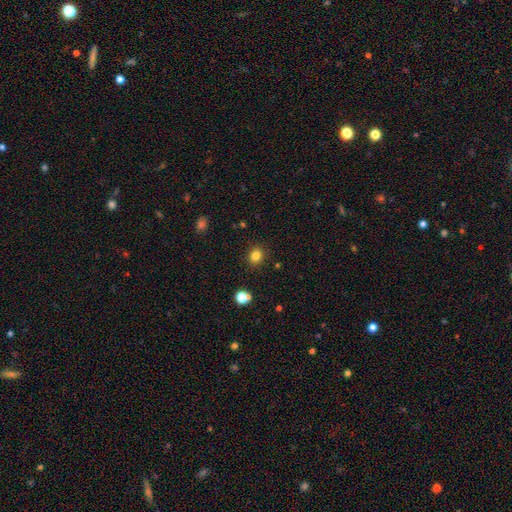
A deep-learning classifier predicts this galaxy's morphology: A smooth galaxy with no disk features (81%) that is round (70%).

Vote fractions:
- Smooth or featured? smooth: 81% / star or artifact: 14% / featured or disk: 5%
- How rounded? round: 70% / in between: 29% / cigar-shaped: 1%
- Merging? none: 89% / minor disturbance: 7% / major disturbance: 2% / merger: 2%